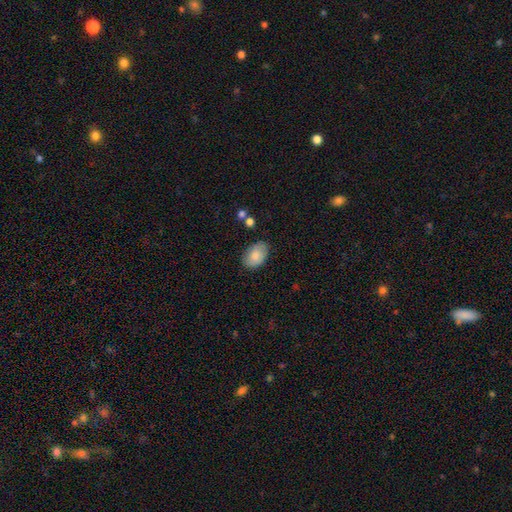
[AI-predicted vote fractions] This appears to be a smooth galaxy with no disk features (82%) that is in between round and cigar-shaped (89%). Merging: none (79%).